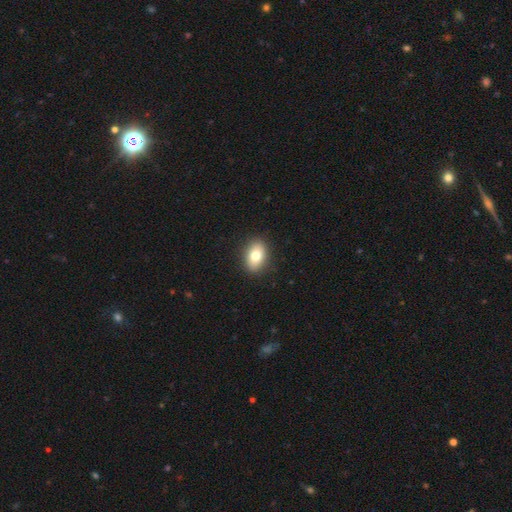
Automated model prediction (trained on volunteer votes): Smooth or featured?
  - smooth: 77% *
  - featured or disk: 14%
  - star or artifact: 8%
How rounded?
  - in between: 82% *
  - round: 16%
  - cigar-shaped: 2%
Merging?
  - none: 89% *
  - minor disturbance: 8%
  - major disturbance: 2%
  - merger: 1%